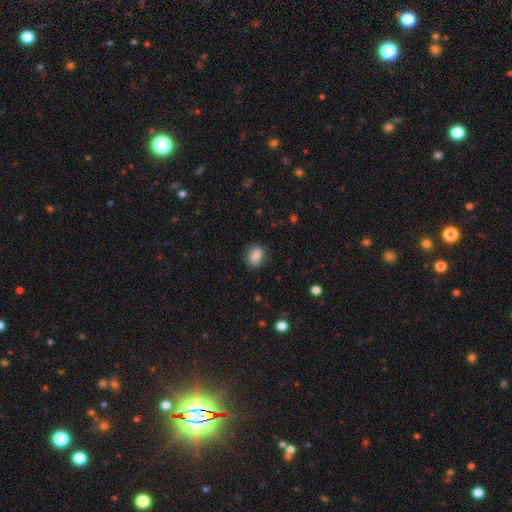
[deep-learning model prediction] Morphology: type=smooth (80%); roundness=in between (62%); merging=none (82%).